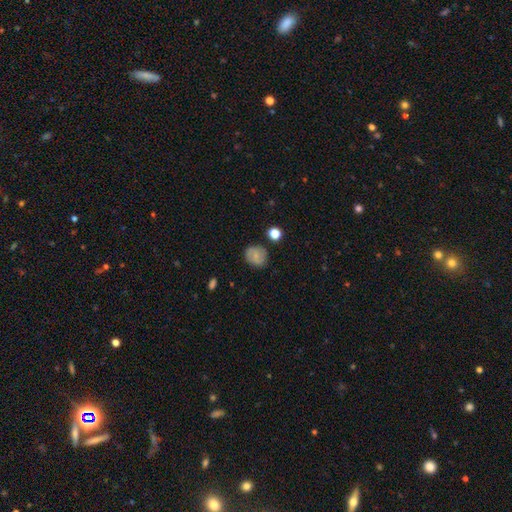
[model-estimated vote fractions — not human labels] A smooth galaxy with no disk features (61%) that is round (81%).

Vote fractions:
- Smooth or featured? smooth: 61% / featured or disk: 30% / star or artifact: 9%
- How rounded? round: 81% / in between: 18% / cigar-shaped: 1%
- Merging? none: 82% / minor disturbance: 13% / major disturbance: 3% / merger: 2%